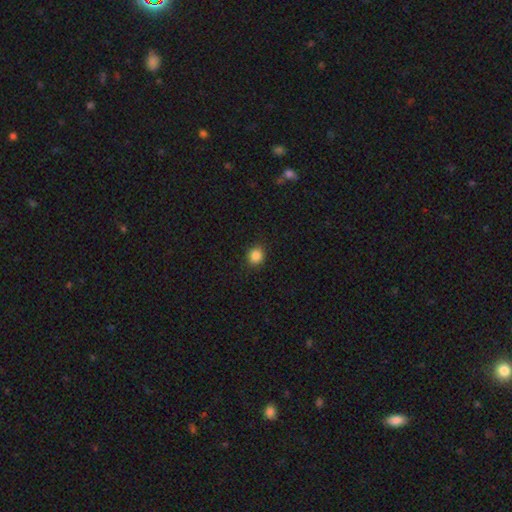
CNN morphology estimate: The model was most divided on "how rounded": round: 85%, in between: 14%, cigar-shaped: 1%. More confident: merging — none (89%); smooth or featured — smooth (86%).